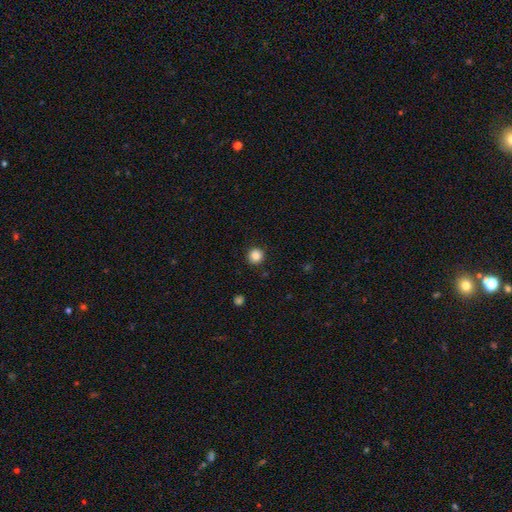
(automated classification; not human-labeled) smooth 86%, star or artifact 10%, featured or disk 3%. Down the decision tree: how rounded — round (95%); merging — none (92%).